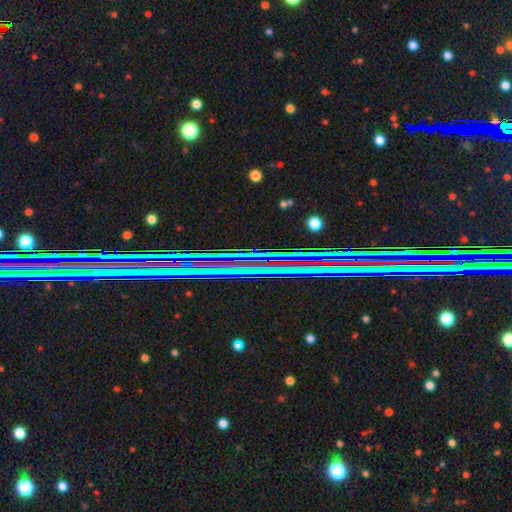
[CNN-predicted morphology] type=star or artifact (81%).